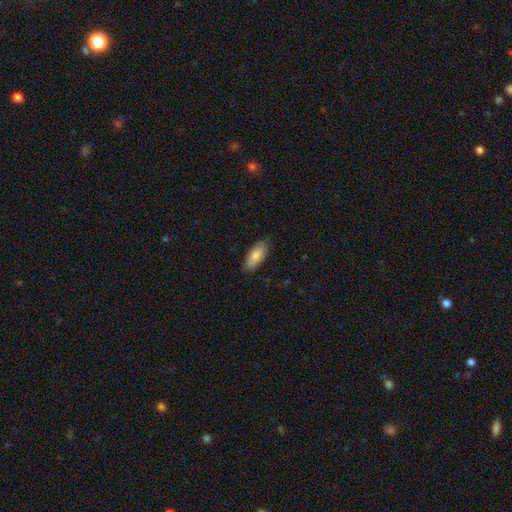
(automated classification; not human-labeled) Q: Smooth or featured?
A: smooth (83%); runner-up: featured or disk (12%)
Q: How rounded?
A: in between (84%); runner-up: cigar-shaped (14%)
Q: Merging?
A: none (85%); runner-up: minor disturbance (12%)